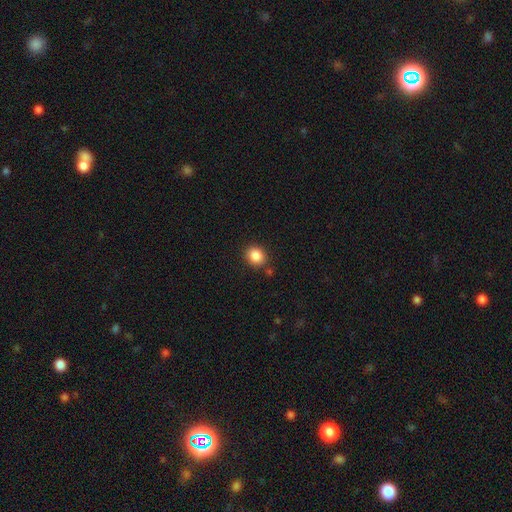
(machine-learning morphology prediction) smooth-or-featured: smooth: 86% | star or artifact: 10% | featured or disk: 4%
  how-rounded: round: 72% | in between: 27% | cigar-shaped: 1%
  merging: none: 84% | minor disturbance: 9% | merger: 4% | major disturbance: 3%